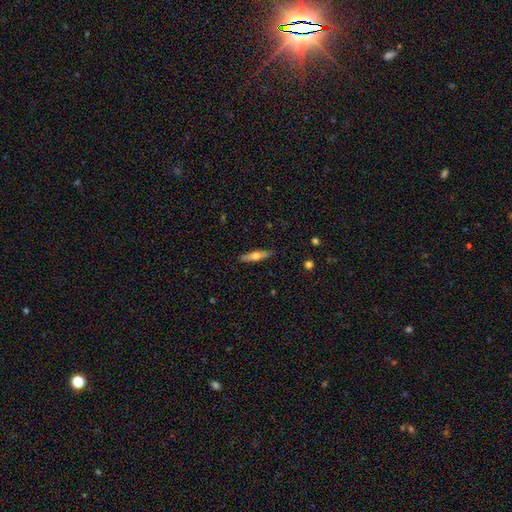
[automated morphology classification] Overall: smooth (51%; featured or disk 43%). How rounded: cigar-shaped (78%). Merging: none (89%).